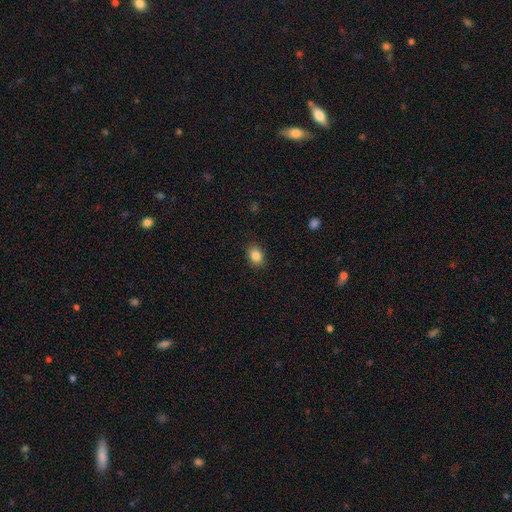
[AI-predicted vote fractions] This is clearly a smooth galaxy (85%). How rounded: possibly in between (59%). Merging: clearly none (87%).